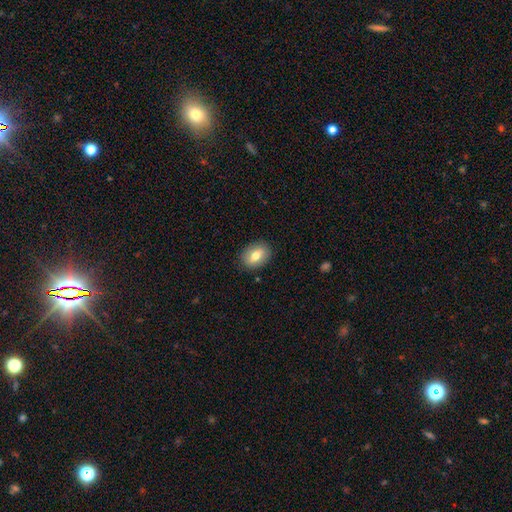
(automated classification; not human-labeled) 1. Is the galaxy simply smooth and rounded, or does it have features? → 73% smooth, 20% featured or disk, 7% star or artifact.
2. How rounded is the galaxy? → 76% in between, 23% round, 1% cigar-shaped.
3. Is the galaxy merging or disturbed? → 88% none, 9% minor disturbance, 2% major disturbance, 1% merger.